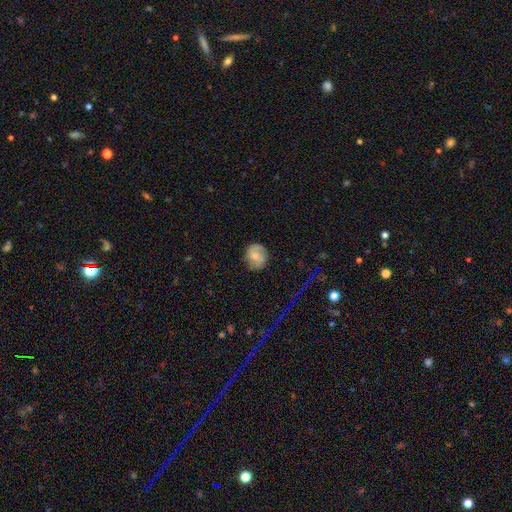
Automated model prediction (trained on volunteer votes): Smooth or featured? smooth (54%)
How rounded? round (76%)
Merging? none (75%)